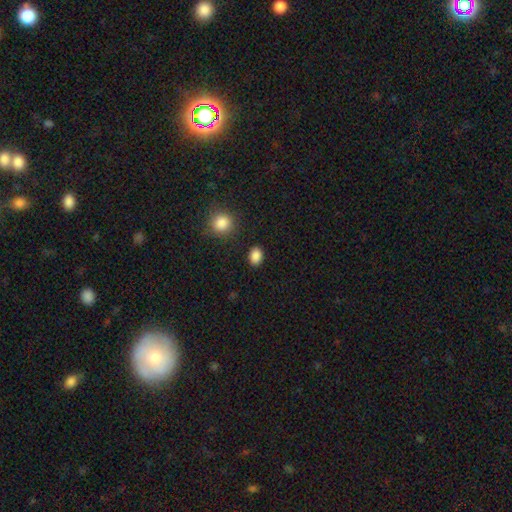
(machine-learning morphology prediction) Smooth or featured: smooth — 87% (star or artifact — 10%)
How rounded: in between — 67% (round — 32%)
Merging: none — 87% (minor disturbance — 8%)